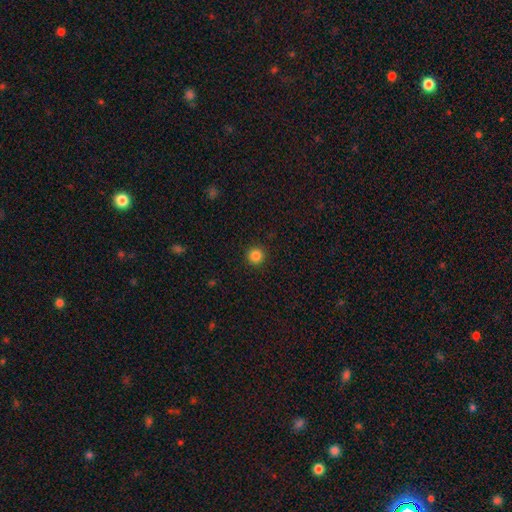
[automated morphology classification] Smooth or featured? smooth (85%)
How rounded? round (96%)
Merging? none (93%)